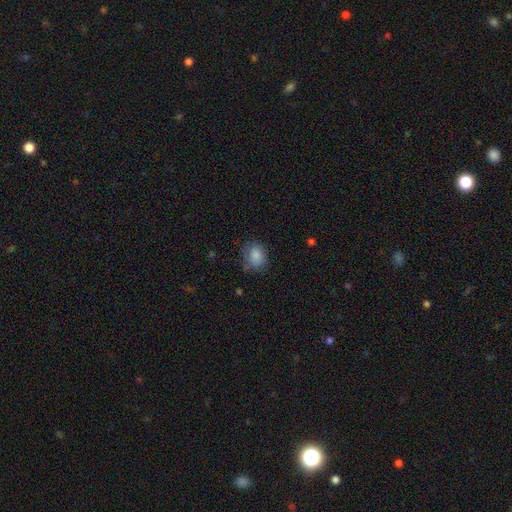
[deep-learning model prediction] Smooth or featured? Predicted: smooth (p=0.84). How rounded? Predicted: in between (p=0.57). Merging? Predicted: none (p=0.68).